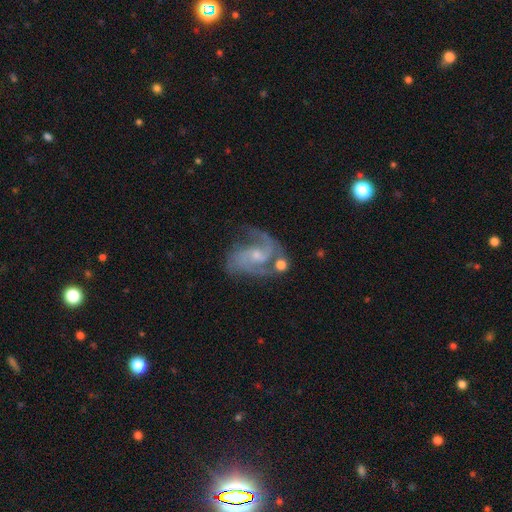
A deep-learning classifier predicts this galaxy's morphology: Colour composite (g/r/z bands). It shows a featured or disk galaxy (88%) with no bar (51%), 2 (59%) medium (54%) spiral arms (96%) and a small central bulge (66%). Merging: none (54%).